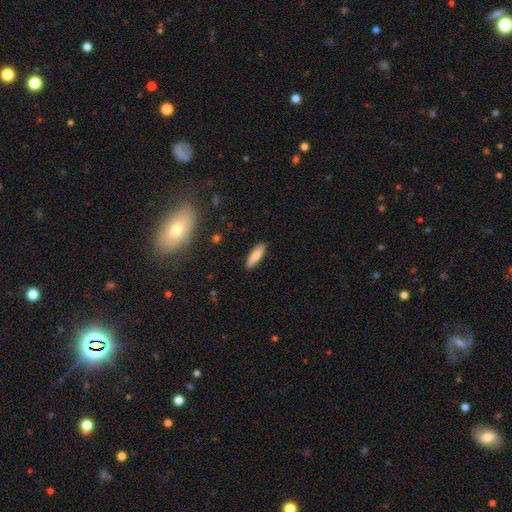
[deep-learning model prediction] Smooth or featured? Predicted: smooth (p=0.81). How rounded? Predicted: cigar-shaped (p=0.52). Merging? Predicted: none (p=0.88).